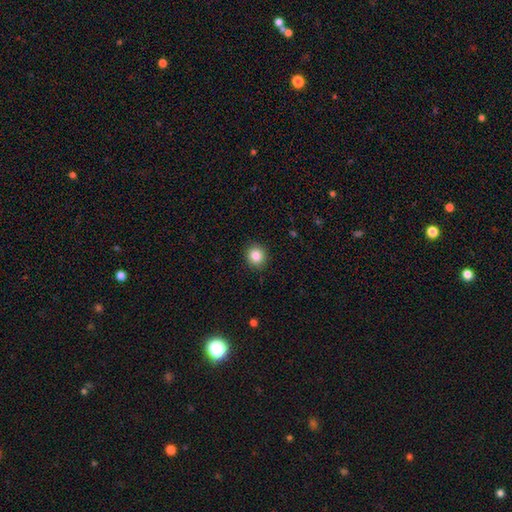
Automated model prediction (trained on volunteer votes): smooth-or-featured: smooth: 85% | star or artifact: 10% | featured or disk: 5%
  how-rounded: round: 90% | in between: 9% | cigar-shaped: 1%
  merging: none: 91% | minor disturbance: 6% | major disturbance: 2% | merger: 1%